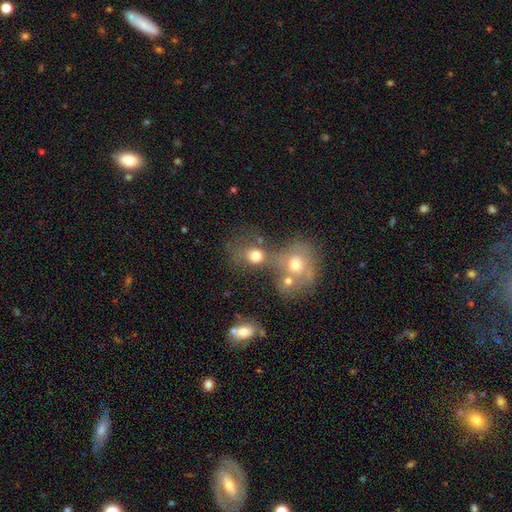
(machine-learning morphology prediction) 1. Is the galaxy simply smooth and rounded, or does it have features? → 70% smooth, 15% featured or disk, 15% star or artifact.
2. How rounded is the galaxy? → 67% round, 32% in between, 1% cigar-shaped.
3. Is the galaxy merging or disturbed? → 52% merger, 31% none, 9% minor disturbance, 8% major disturbance.